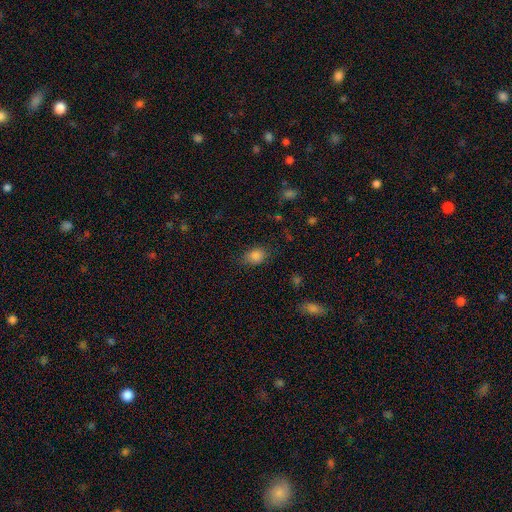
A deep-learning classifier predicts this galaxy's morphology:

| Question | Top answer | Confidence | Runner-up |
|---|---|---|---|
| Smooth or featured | smooth | 83% | star or artifact (11%) |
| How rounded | in between | 63% | round (36%) |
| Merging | none | 73% | minor disturbance (20%) |